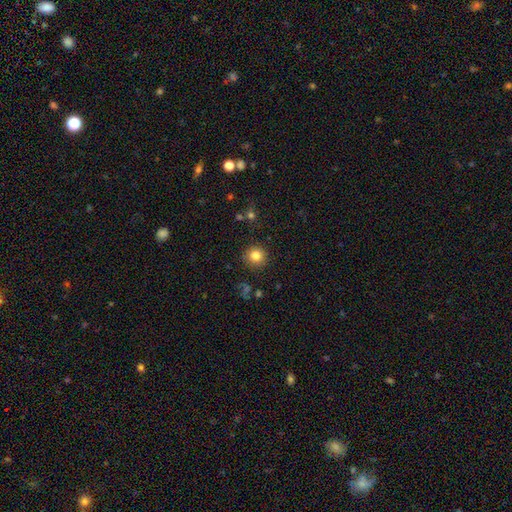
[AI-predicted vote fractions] smooth_or_featured: smooth (p=0.82) [alt: star or artifact p=0.11]
how_rounded: round (p=0.94) [alt: in between p=0.05]
merging: none (p=0.90) [alt: minor disturbance p=0.06]